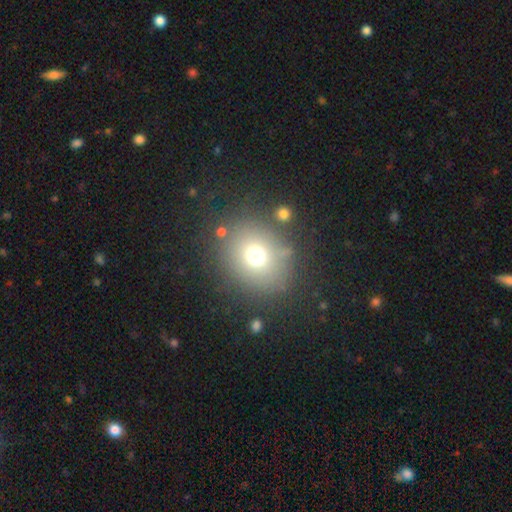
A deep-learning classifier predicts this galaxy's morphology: smooth_or_featured: smooth (p=0.69) [alt: star or artifact p=0.18]
how_rounded: round (p=0.76) [alt: in between p=0.23]
merging: none (p=0.78) [alt: minor disturbance p=0.11]